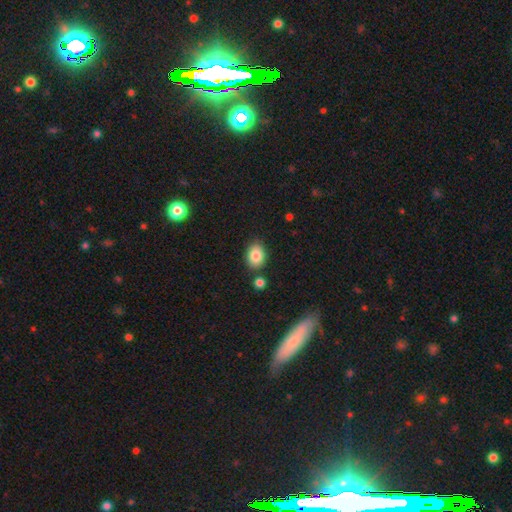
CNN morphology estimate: Overall: smooth (84%). How rounded: in between (74%). Merging: none (79%).